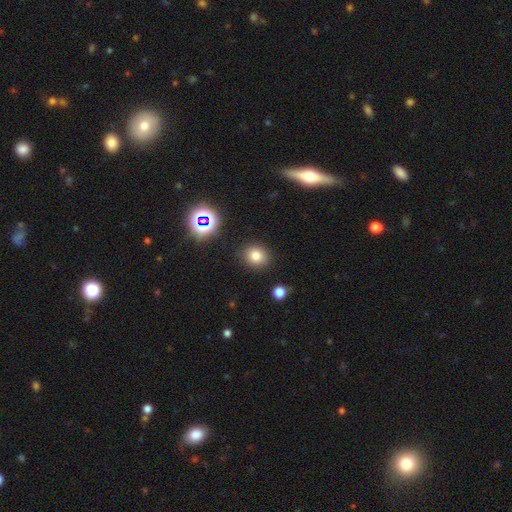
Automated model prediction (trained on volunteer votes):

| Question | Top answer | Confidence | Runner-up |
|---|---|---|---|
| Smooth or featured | smooth | 78% | star or artifact (15%) |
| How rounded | round | 79% | in between (20%) |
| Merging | none | 87% | minor disturbance (8%) |